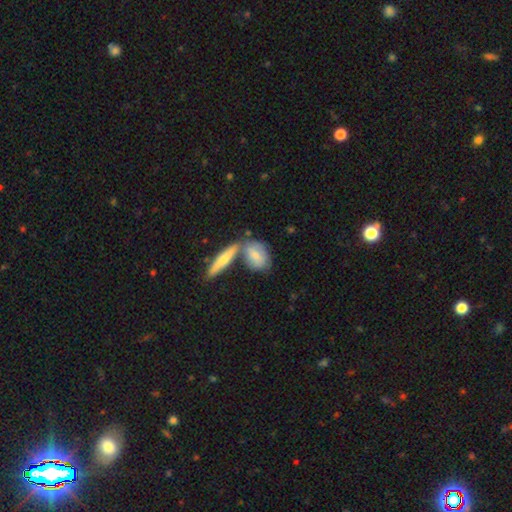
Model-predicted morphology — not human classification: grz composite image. It shows a smooth galaxy with no disk features (63%) that is in between round and cigar-shaped (69%). Merging: none (48%).